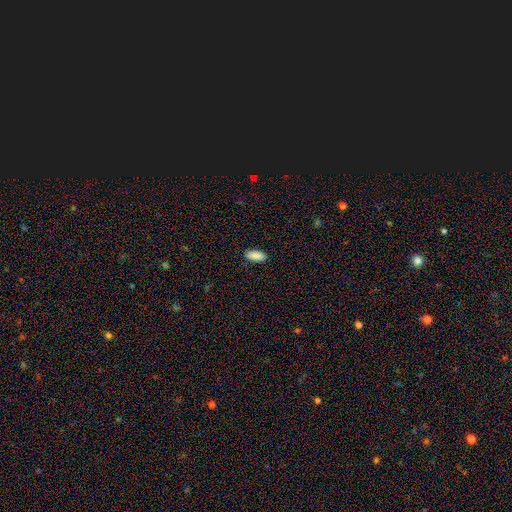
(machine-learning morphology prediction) This appears to be a smooth galaxy with no disk features (90%) that is in between round and cigar-shaped (85%). Merging: none (88%).